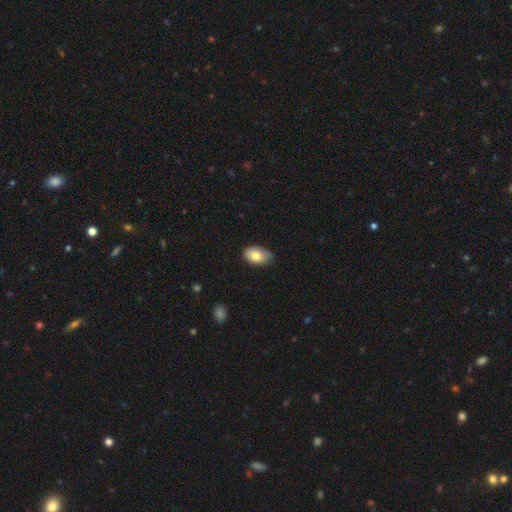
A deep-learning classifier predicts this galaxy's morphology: Q: Smooth or featured?
A: smooth (77%); runner-up: featured or disk (15%)
Q: How rounded?
A: in between (90%); runner-up: round (8%)
Q: Merging?
A: none (68%); runner-up: minor disturbance (27%)